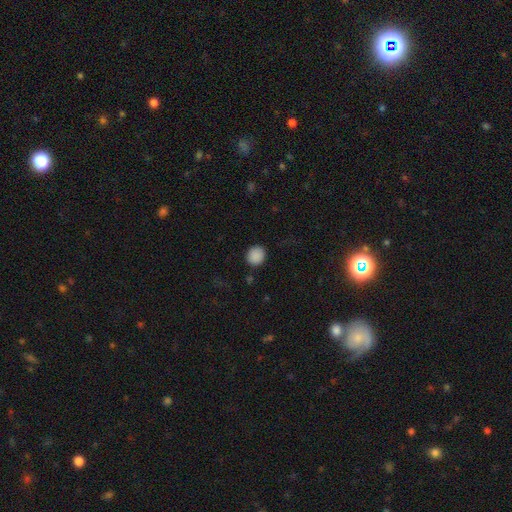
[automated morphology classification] type=smooth (88%); roundness=round (81%); merging=none (88%).